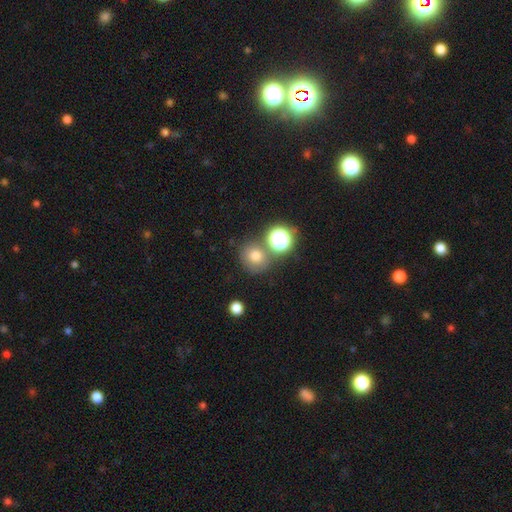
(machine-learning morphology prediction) Q: Smooth or featured?
A: smooth (73%); runner-up: star or artifact (18%)
Q: How rounded?
A: round (83%); runner-up: in between (16%)
Q: Merging?
A: none (69%); runner-up: merger (15%)